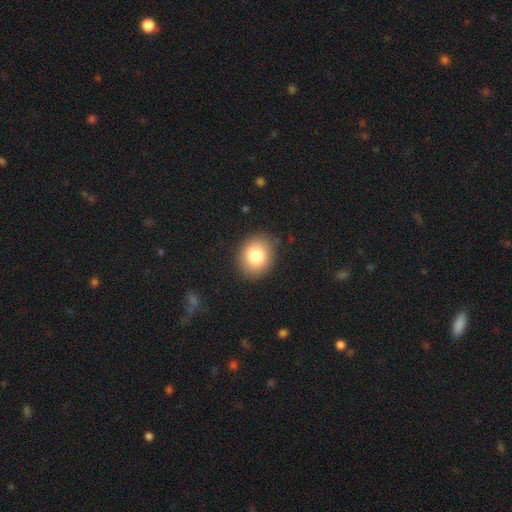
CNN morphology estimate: type=smooth (80%); roundness=round (65%); merging=none (87%).